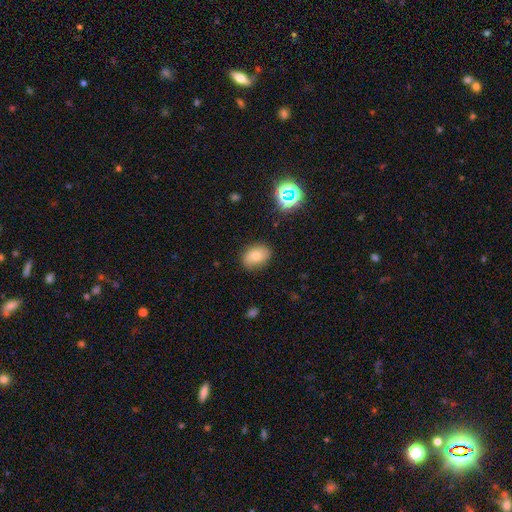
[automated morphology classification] smooth_or_featured: smooth (p=0.72) [alt: featured or disk p=0.15]
how_rounded: in between (p=0.78) [alt: round p=0.21]
merging: none (p=0.82) [alt: minor disturbance p=0.14]